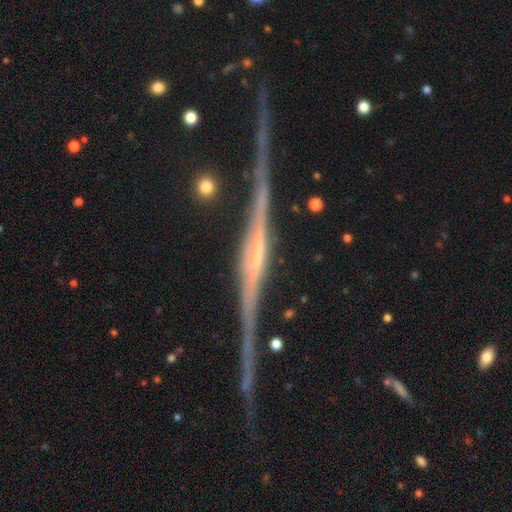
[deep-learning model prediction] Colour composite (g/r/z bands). It shows a featured or disk galaxy (88%) viewed edge-on (97%) with a rounded central bulge (39%). Merging: none (80%).